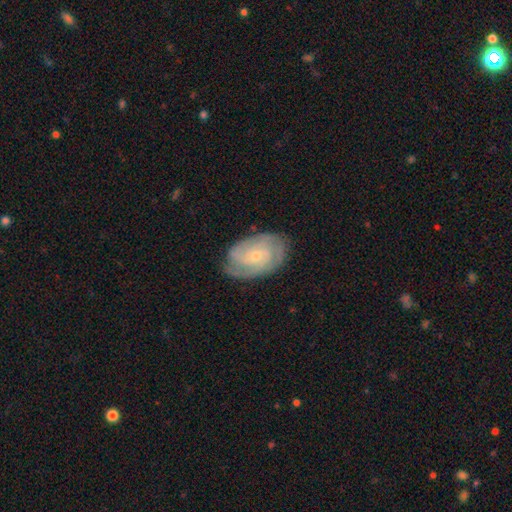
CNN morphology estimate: smooth-or-featured: featured or disk: 82% | smooth: 12% | star or artifact: 5%
  disk-edge-on: no: 97% | yes: 3%
    bar: no: 69% | weak: 27% | strong: 5%
    has-spiral-arms: yes: 96% | no: 4%
      spiral-winding: tight: 63% | medium: 31% | loose: 6%
      spiral-arm-count: 2: 29% | 3: 28% | can't tell: 23% | 4: 10% | 1: 5% | more than 4: 5%
    bulge-size: small: 74% | moderate: 22% | none: 2% | large: 1% | dominant: 1%
  merging: none: 78% | minor disturbance: 17% | major disturbance: 4% | merger: 1%